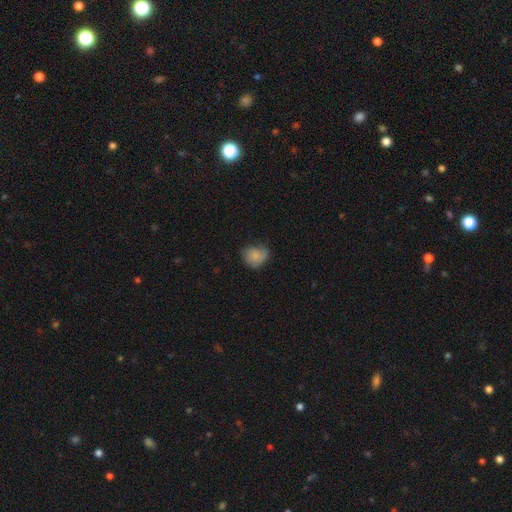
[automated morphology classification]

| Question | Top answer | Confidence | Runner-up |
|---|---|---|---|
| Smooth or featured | smooth | 78% | featured or disk (13%) |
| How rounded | round | 60% | in between (39%) |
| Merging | none | 50% | minor disturbance (36%) |